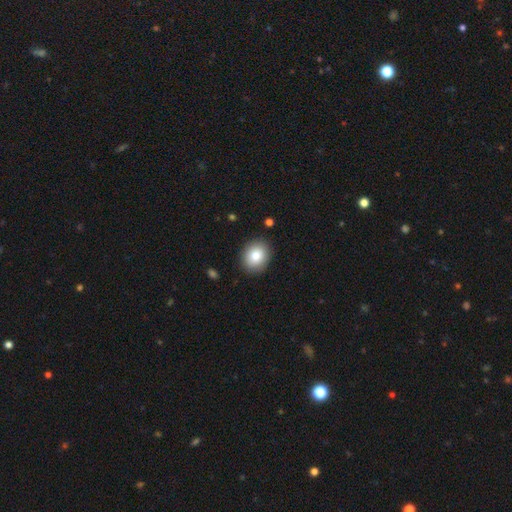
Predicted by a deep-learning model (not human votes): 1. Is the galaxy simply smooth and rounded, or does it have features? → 83% smooth, 9% featured or disk, 8% star or artifact.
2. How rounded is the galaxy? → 60% round, 40% in between, 1% cigar-shaped.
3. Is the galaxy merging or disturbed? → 89% none, 8% minor disturbance, 2% major disturbance, 1% merger.